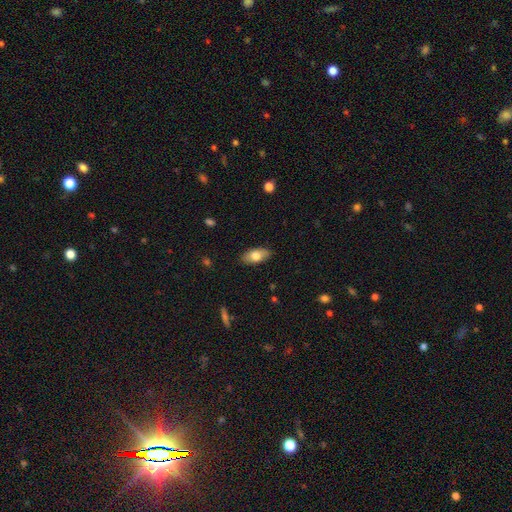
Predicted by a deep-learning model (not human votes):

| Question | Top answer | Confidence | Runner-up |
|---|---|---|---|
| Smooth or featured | smooth | 75% | featured or disk (19%) |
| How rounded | in between | 90% | cigar-shaped (6%) |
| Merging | none | 87% | minor disturbance (10%) |